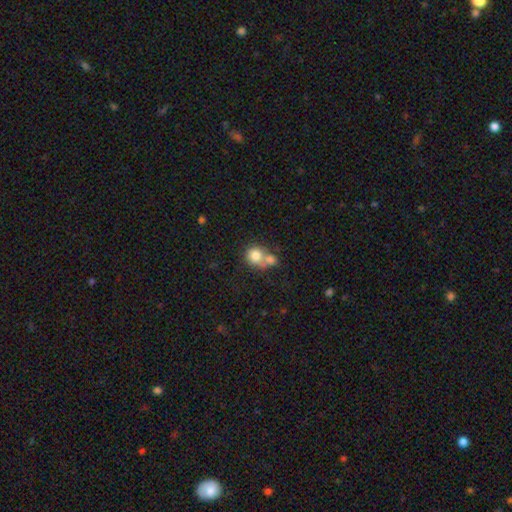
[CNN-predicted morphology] This appears to be a smooth galaxy with no disk features (77%) that is round (81%). Merging: merger (54%).